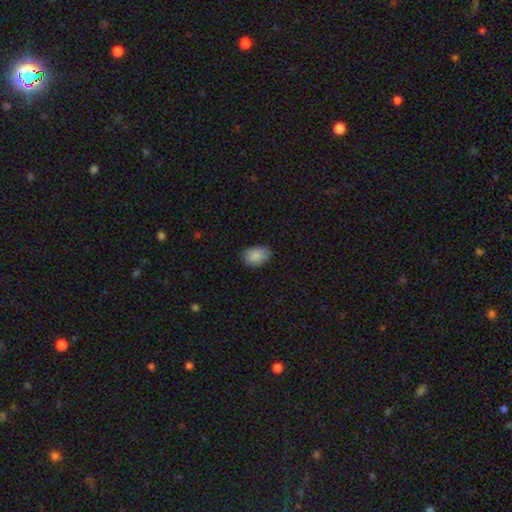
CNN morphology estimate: type=smooth (88%); roundness=in between (80%); merging=none (82%).